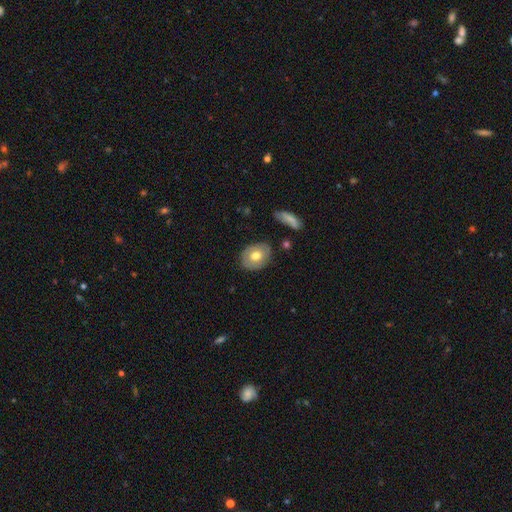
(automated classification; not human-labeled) Smooth or featured? Predicted: smooth (p=0.65). How rounded? Predicted: in between (p=0.62). Merging? Predicted: none (p=0.80).